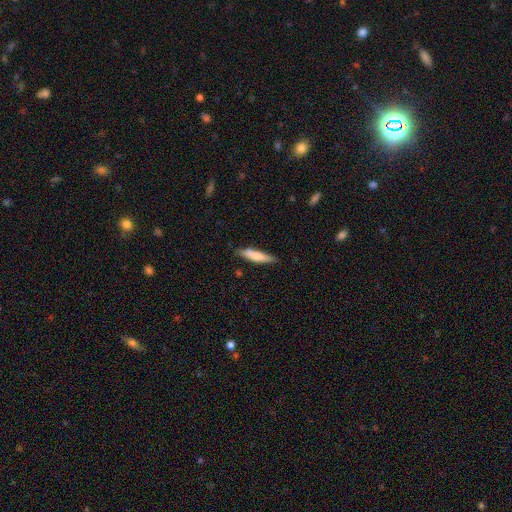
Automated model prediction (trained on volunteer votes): A smooth galaxy with no disk features (67%) that is cigar-shaped (83%). Merging: none (77%).